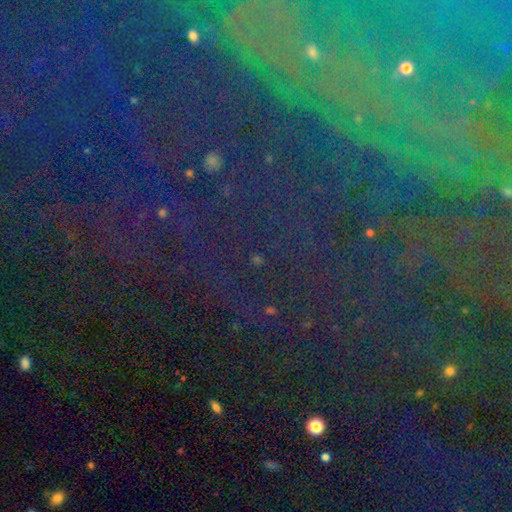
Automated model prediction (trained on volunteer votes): Morphology: type=star or artifact (78%).